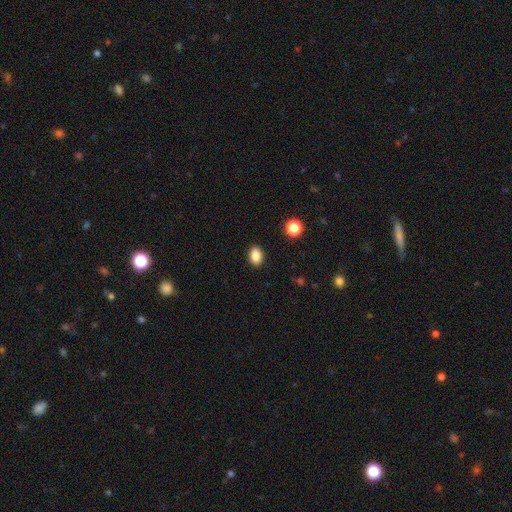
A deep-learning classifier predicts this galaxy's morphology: Q: Smooth or featured?
A: smooth (86%); runner-up: star or artifact (9%)
Q: How rounded?
A: in between (81%); runner-up: round (18%)
Q: Merging?
A: none (89%); runner-up: minor disturbance (7%)